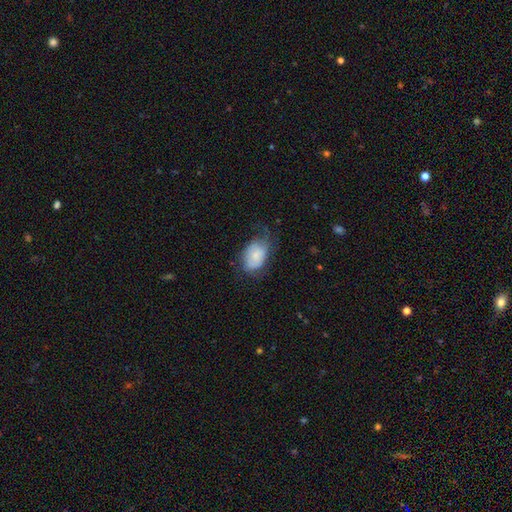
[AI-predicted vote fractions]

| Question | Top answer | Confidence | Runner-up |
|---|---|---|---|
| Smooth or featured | smooth | 64% | featured or disk (28%) |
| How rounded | in between | 85% | round (14%) |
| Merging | none | 41% | minor disturbance (34%) |